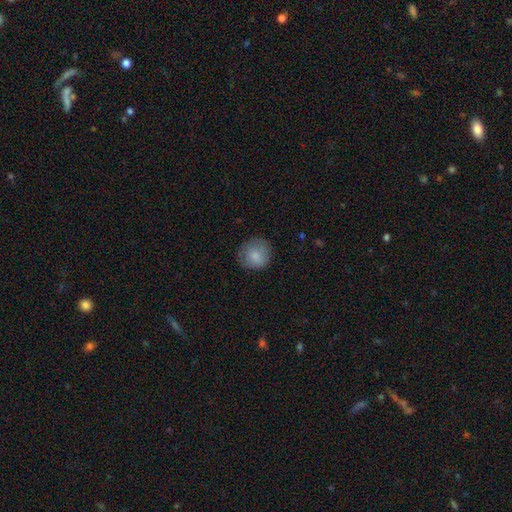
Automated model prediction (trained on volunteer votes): Smooth or featured: smooth — 84% (featured or disk — 8%)
How rounded: round — 88% (in between — 11%)
Merging: none — 80% (minor disturbance — 15%)